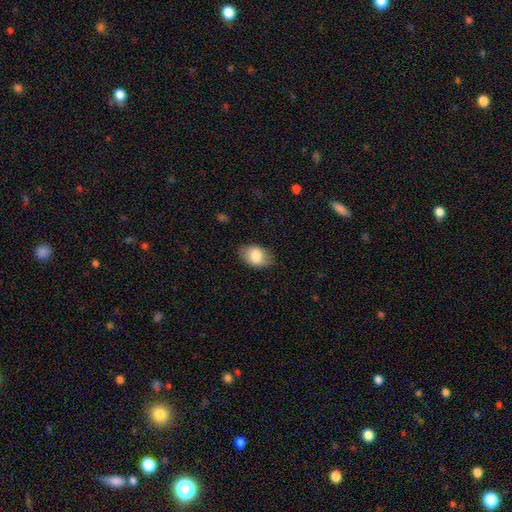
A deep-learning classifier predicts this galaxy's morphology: Q: Smooth or featured?
A: smooth (82%); runner-up: featured or disk (12%)
Q: How rounded?
A: in between (88%); runner-up: round (11%)
Q: Merging?
A: none (82%); runner-up: minor disturbance (14%)